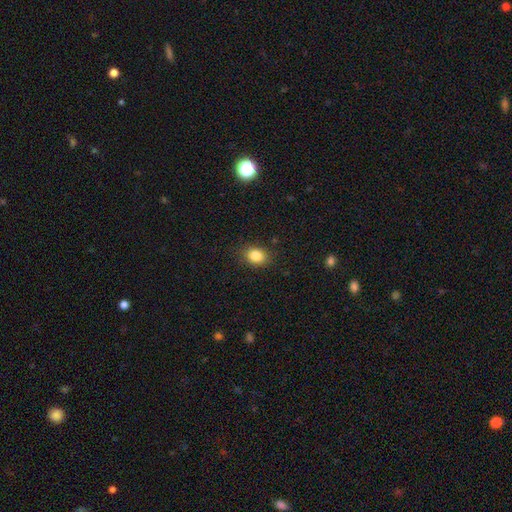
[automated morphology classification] Smooth or featured? smooth (85%)
How rounded? in between (60%)
Merging? none (85%)